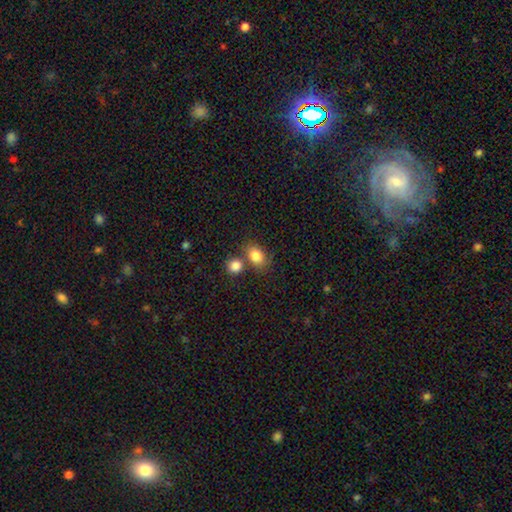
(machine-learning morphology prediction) A smooth galaxy with no disk features (83%) that is in between round and cigar-shaped (63%). Merging: none (58%).